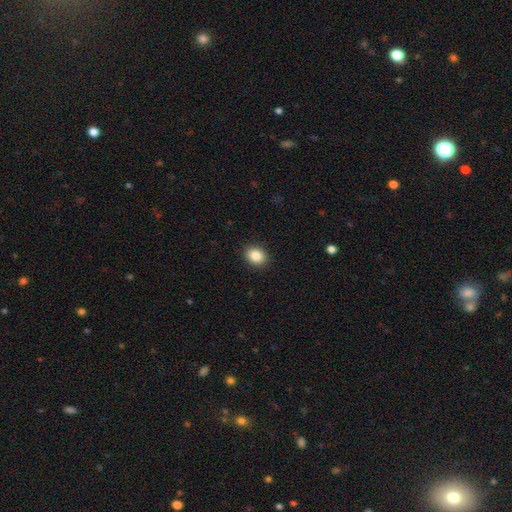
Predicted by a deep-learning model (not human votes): Smooth or featured: smooth — 86% (star or artifact — 9%)
How rounded: in between — 52% (round — 47%)
Merging: none — 90% (minor disturbance — 7%)